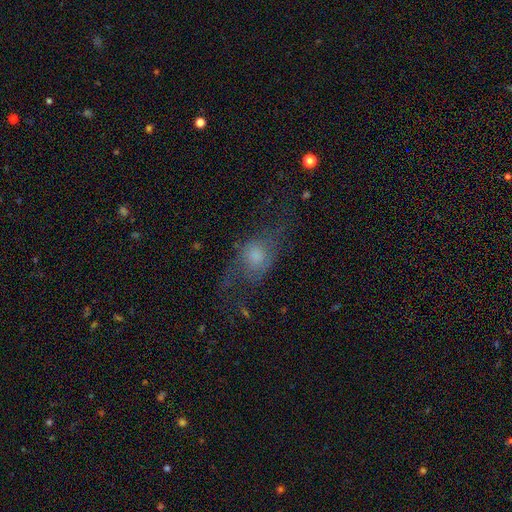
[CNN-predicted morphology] type=featured or disk (48%); merging=none (48%).